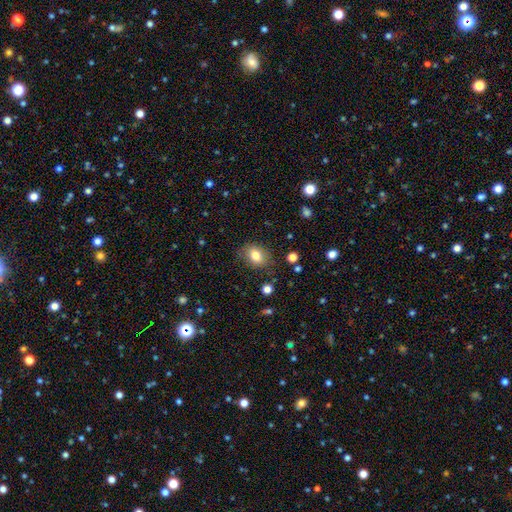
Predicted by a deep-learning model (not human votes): A smooth galaxy with no disk features (80%) that is in between round and cigar-shaped (66%).

Vote fractions:
- Smooth or featured? smooth: 80% / featured or disk: 10% / star or artifact: 10%
- How rounded? in between: 66% / round: 33% / cigar-shaped: 1%
- Merging? none: 78% / minor disturbance: 16% / major disturbance: 4% / merger: 2%